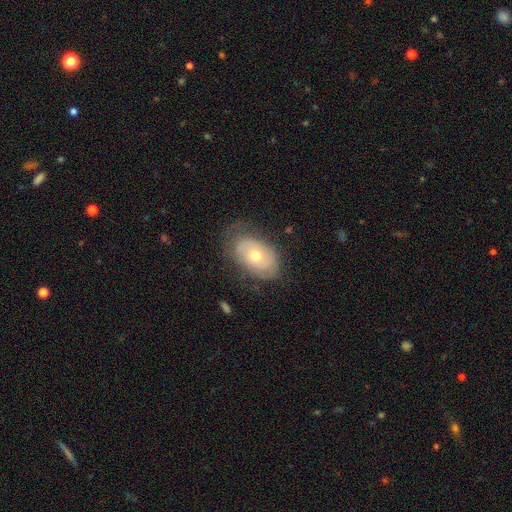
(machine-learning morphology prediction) smooth-or-featured: featured or disk: 47% | smooth: 45% | star or artifact: 7%
  merging: none: 64% | minor disturbance: 24% | major disturbance: 10% | merger: 1%